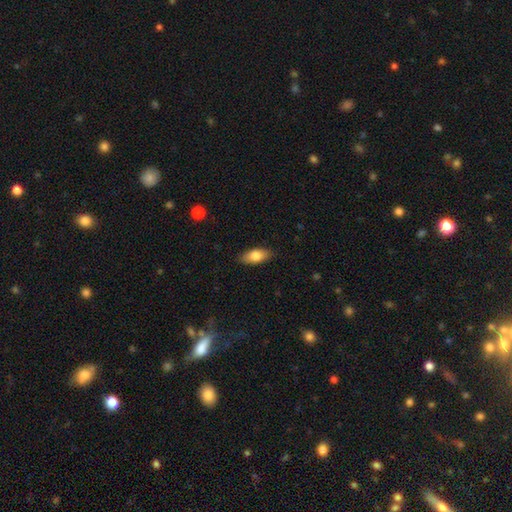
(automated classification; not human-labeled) This appears to be a smooth galaxy with no disk features (78%) that is in between round and cigar-shaped (85%). Merging: none (87%).